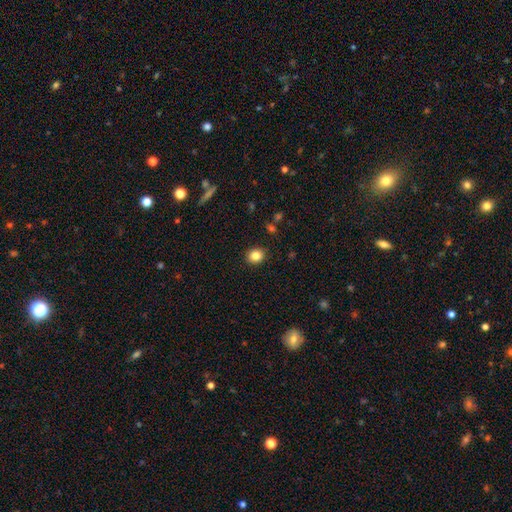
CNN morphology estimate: Smooth or featured? Predicted: smooth (p=0.84). How rounded? Predicted: round (p=0.68). Merging? Predicted: none (p=0.90).